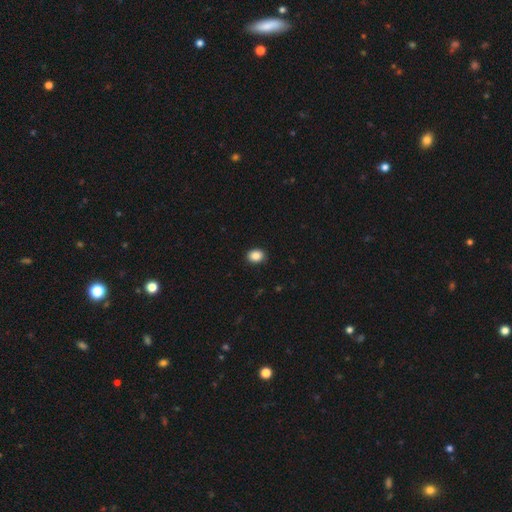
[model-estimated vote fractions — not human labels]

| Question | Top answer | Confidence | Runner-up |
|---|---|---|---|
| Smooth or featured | smooth | 88% | star or artifact (9%) |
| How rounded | in between | 55% | round (44%) |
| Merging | none | 91% | minor disturbance (6%) |